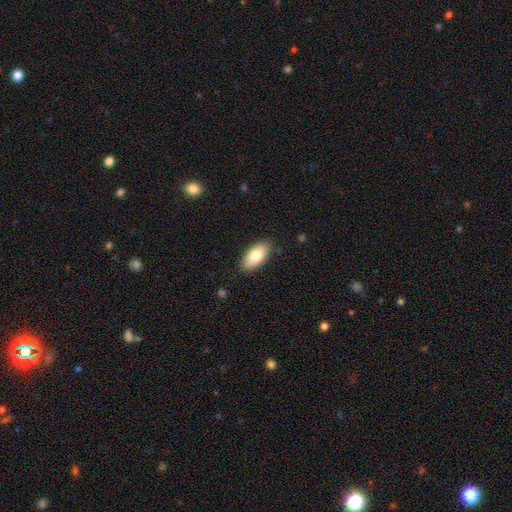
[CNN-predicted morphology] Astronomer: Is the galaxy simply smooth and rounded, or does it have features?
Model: smooth — 81%.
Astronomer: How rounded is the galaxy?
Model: in between — 92%.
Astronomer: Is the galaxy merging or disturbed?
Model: none — 85%.